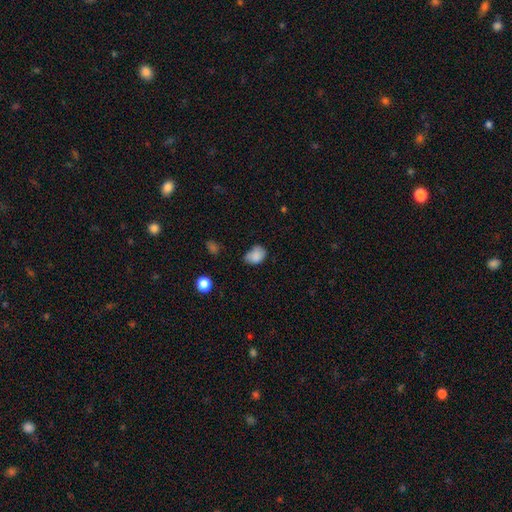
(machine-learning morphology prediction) smooth-or-featured: smooth: 84% | star or artifact: 9% | featured or disk: 7%
  how-rounded: in between: 69% | round: 30% | cigar-shaped: 1%
  merging: none: 50% | minor disturbance: 38% | major disturbance: 9% | merger: 3%